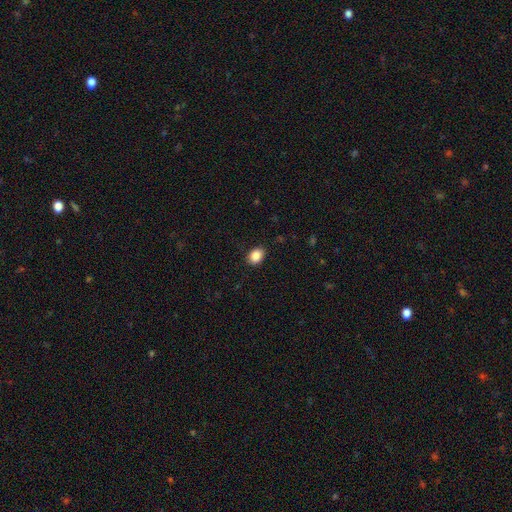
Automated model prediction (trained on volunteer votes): smooth 88%, star or artifact 8%, featured or disk 4%. Down the decision tree: how rounded — in between (67%); merging — none (87%).